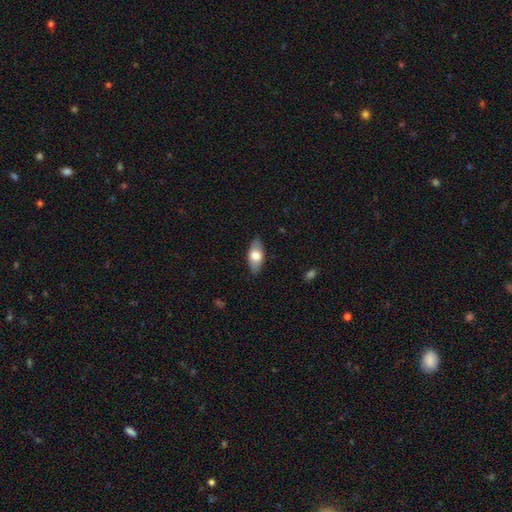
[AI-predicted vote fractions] A smooth galaxy with no disk features (71%) that is in between round and cigar-shaped (89%). Merging: none (86%).